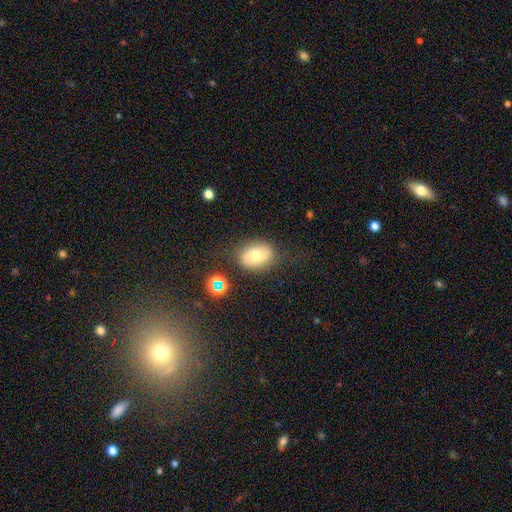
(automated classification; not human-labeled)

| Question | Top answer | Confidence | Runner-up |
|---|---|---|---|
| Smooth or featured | smooth | 68% | featured or disk (21%) |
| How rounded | in between | 71% | round (27%) |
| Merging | none | 72% | minor disturbance (17%) |